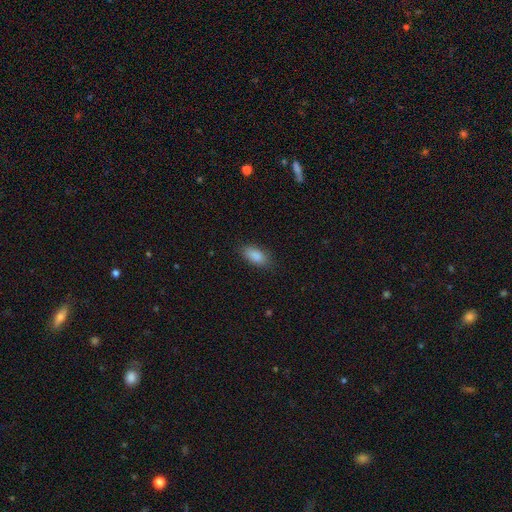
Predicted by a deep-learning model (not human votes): The model was most divided on "merging": none: 84%, minor disturbance: 12%, major disturbance: 3%, merger: 1%. More confident: how rounded — in between (89%); smooth or featured — smooth (87%).